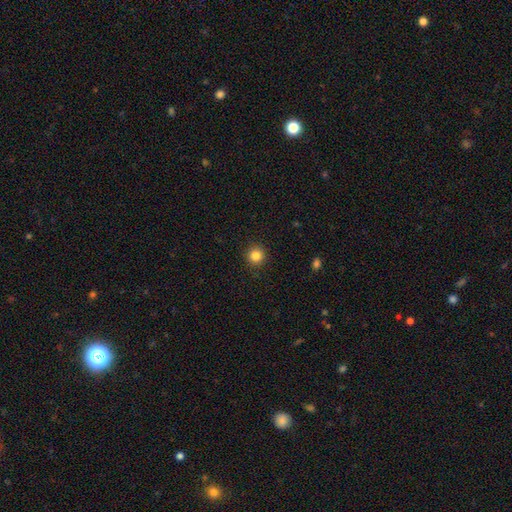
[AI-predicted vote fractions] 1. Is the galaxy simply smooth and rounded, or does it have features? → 84% smooth, 11% star or artifact, 5% featured or disk.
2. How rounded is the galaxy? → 95% round, 4% in between, 1% cigar-shaped.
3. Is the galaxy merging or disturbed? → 92% none, 5% minor disturbance, 2% major disturbance, 1% merger.